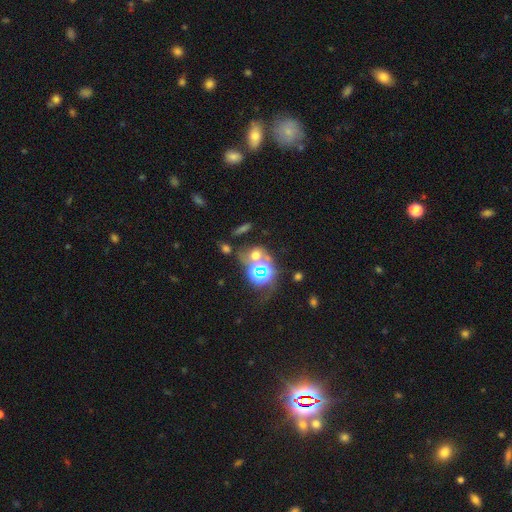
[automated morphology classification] The model was most divided on "smooth or featured": star or artifact: 46%, smooth: 38%, featured or disk: 16%.